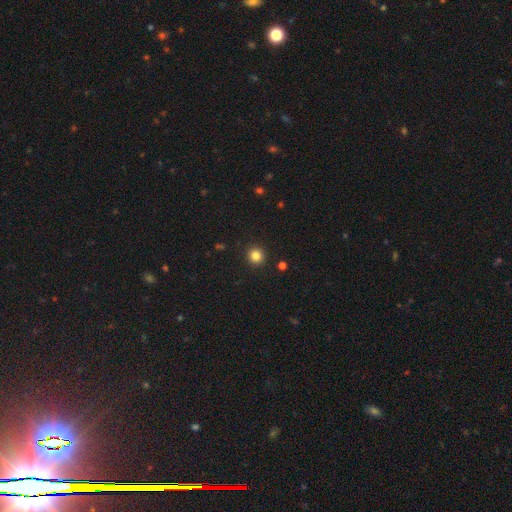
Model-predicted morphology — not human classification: Smooth or featured: smooth — 83% (star or artifact — 12%)
How rounded: round — 94% (in between — 5%)
Merging: none — 92% (minor disturbance — 5%)